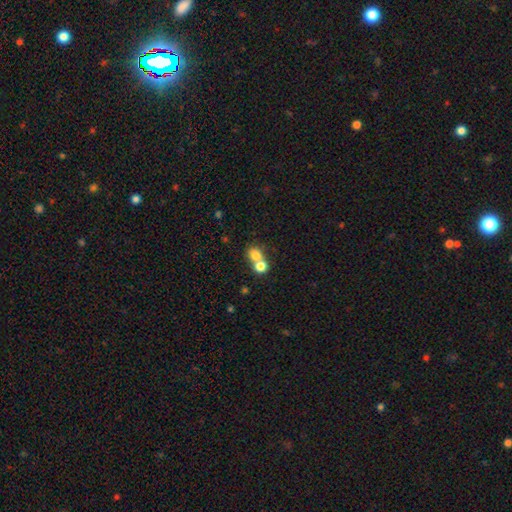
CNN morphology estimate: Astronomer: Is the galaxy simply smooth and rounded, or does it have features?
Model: smooth — 77%.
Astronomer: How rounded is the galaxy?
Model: round — 72%.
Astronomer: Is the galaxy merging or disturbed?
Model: merger — 59%.